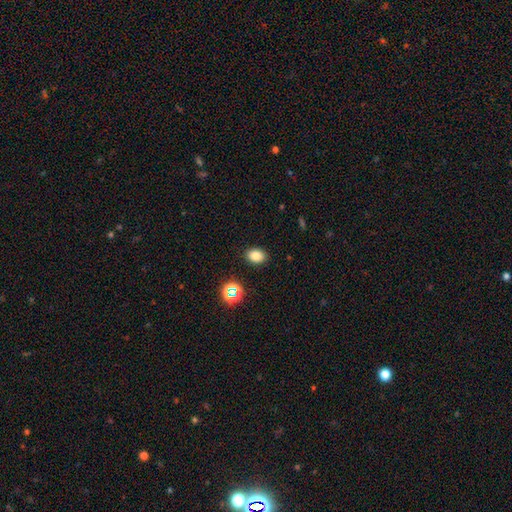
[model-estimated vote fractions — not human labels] The model was most divided on "how rounded": in between: 73%, round: 26%, cigar-shaped: 1%. More confident: merging — none (89%); smooth or featured — smooth (81%).